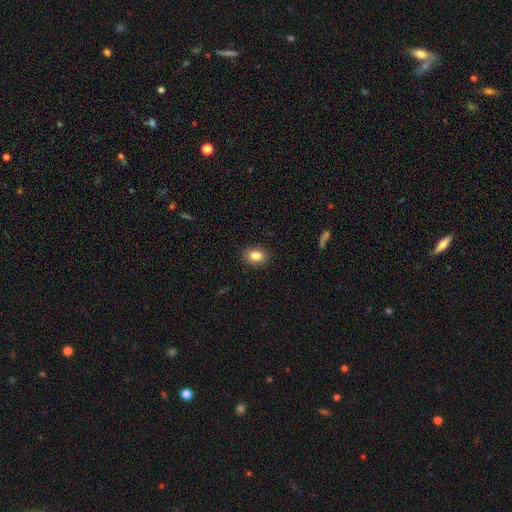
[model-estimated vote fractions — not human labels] Smooth or featured?
  - smooth: 85% *
  - star or artifact: 9%
  - featured or disk: 6%
How rounded?
  - in between: 75% *
  - round: 24%
  - cigar-shaped: 1%
Merging?
  - none: 89% *
  - minor disturbance: 8%
  - major disturbance: 2%
  - merger: 1%